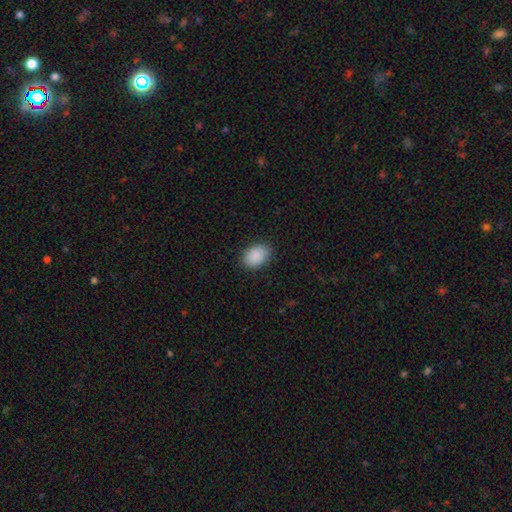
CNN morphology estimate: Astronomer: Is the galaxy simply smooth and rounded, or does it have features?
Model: smooth — 90%.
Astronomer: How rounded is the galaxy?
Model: in between — 81%.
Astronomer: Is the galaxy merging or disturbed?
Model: none — 87%.